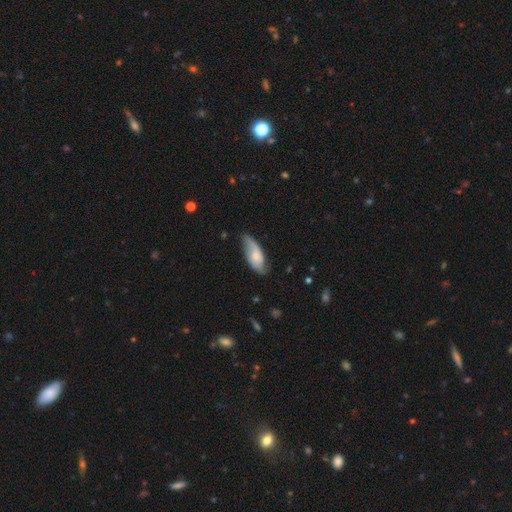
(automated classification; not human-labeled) The model was most divided on "smooth or featured": smooth: 52%, featured or disk: 42%, star or artifact: 6%. More confident: how rounded — in between (78%); merging — none (63%).